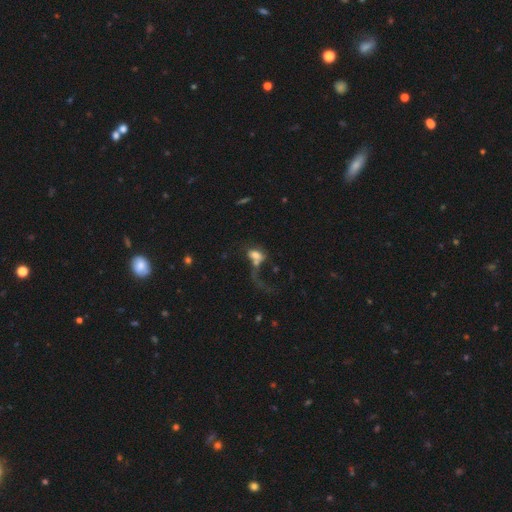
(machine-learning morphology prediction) A smooth galaxy with no disk features (58%) that is in between round and cigar-shaped (77%).

Vote fractions:
- Smooth or featured? smooth: 58% / featured or disk: 31% / star or artifact: 11%
- How rounded? in between: 77% / round: 19% / cigar-shaped: 5%
- Merging? merger: 39% / major disturbance: 36% / none: 16% / minor disturbance: 9%